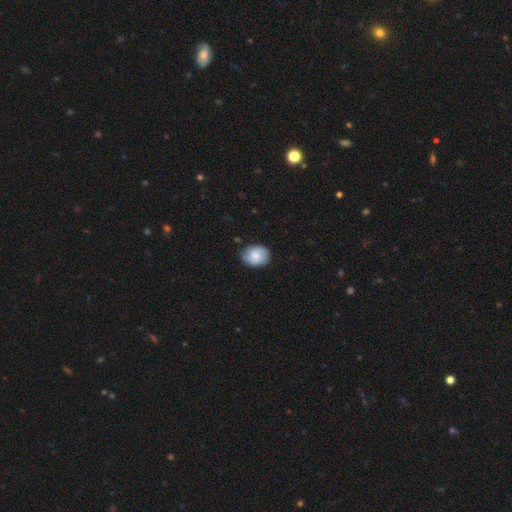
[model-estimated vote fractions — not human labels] smooth 74%, featured or disk 19%, star or artifact 7%. Down the decision tree: how rounded — in between (50%, tied with round); merging — none (78%).